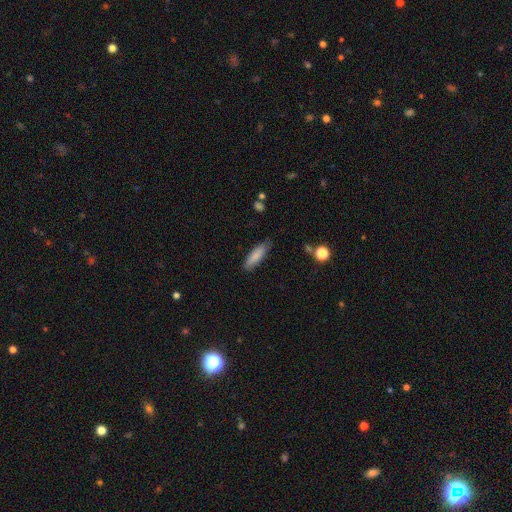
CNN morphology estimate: Smooth or featured?
  - smooth: 84% *
  - featured or disk: 10%
  - star or artifact: 6%
How rounded?
  - cigar-shaped: 56% *
  - in between: 43%
  - round: 1%
Merging?
  - none: 80% *
  - minor disturbance: 16%
  - major disturbance: 3%
  - merger: 1%